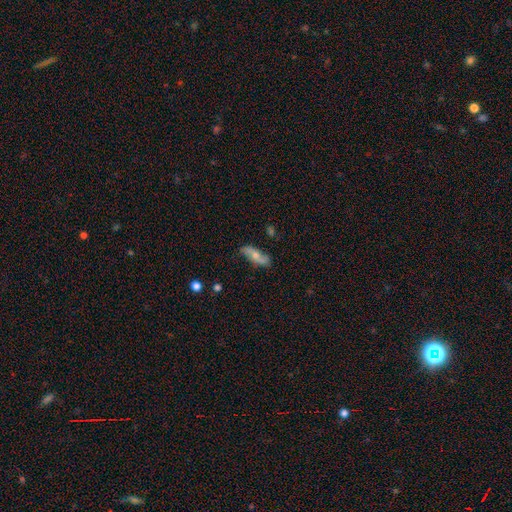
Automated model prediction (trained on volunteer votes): Smooth or featured?
  - featured or disk: 54% *
  - smooth: 40%
  - star or artifact: 6%
Edge-on disk?
  - no: 80% *
  - yes: 20%
Merging?
  - none: 76% *
  - minor disturbance: 18%
  - major disturbance: 4%
  - merger: 2%